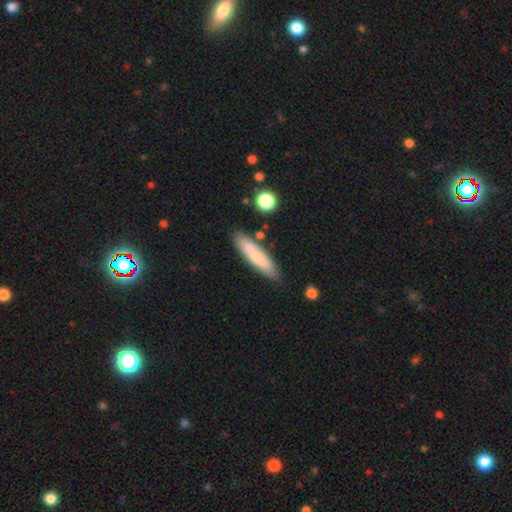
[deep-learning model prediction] Morphology: type=smooth (69%); roundness=cigar-shaped (77%); merging=none (83%).